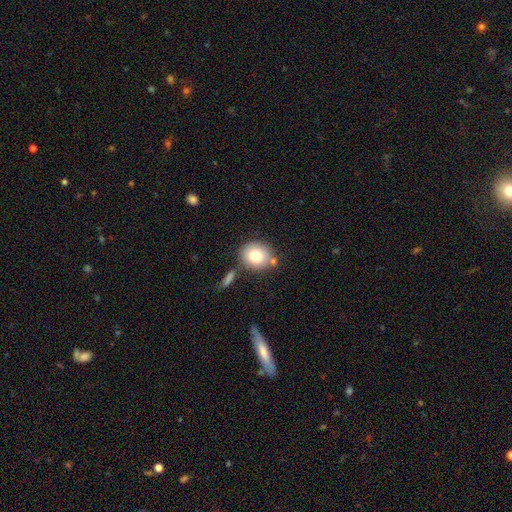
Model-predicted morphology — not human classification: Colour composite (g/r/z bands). It shows a smooth galaxy with no disk features (79%) that is round (73%). Merging: none (69%).